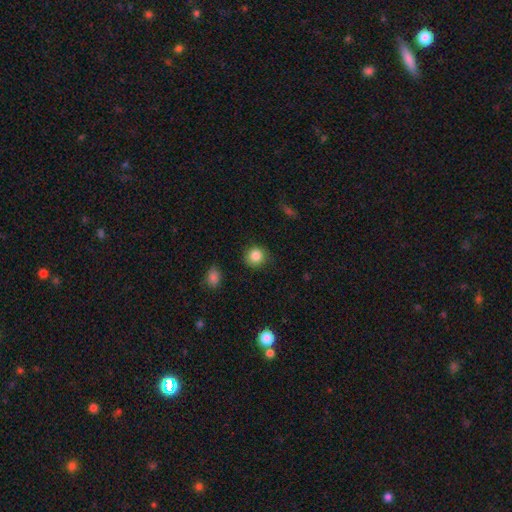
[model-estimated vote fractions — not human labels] Smooth or featured? Predicted: smooth (p=0.86). How rounded? Predicted: round (p=0.89). Merging? Predicted: none (p=0.83).